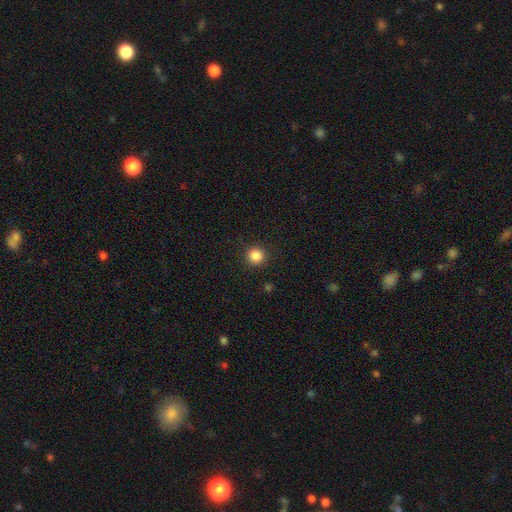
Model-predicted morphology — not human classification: smooth_or_featured: smooth (p=0.86) [alt: star or artifact p=0.11]
how_rounded: round (p=0.94) [alt: in between p=0.05]
merging: none (p=0.91) [alt: minor disturbance p=0.06]